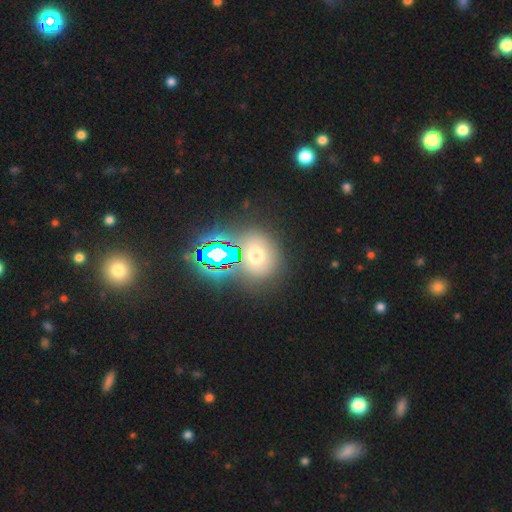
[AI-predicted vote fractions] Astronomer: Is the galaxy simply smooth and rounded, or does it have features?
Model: smooth — 52% (runner-up: star or artifact, 35%).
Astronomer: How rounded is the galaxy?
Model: round — 64%.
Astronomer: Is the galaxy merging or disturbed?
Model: none — 73%.